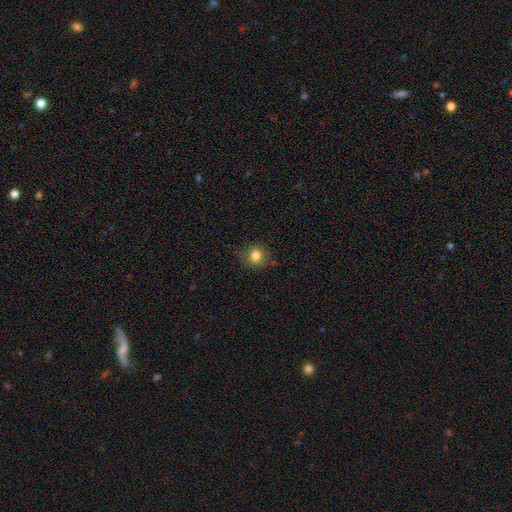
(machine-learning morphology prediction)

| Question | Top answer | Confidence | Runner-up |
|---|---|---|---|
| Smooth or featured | smooth | 82% | star or artifact (11%) |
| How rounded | round | 80% | in between (19%) |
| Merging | none | 77% | minor disturbance (17%) |